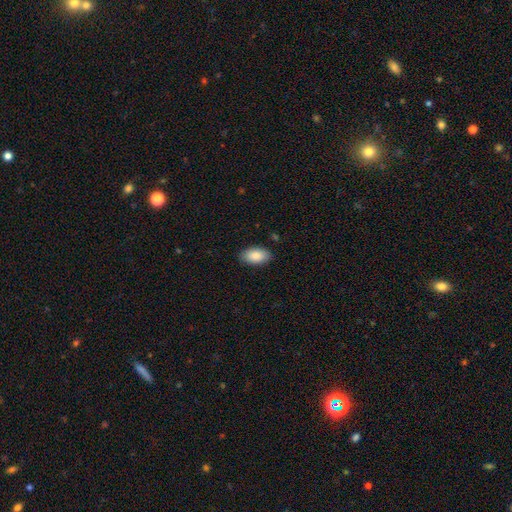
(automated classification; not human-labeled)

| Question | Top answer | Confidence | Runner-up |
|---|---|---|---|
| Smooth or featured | smooth | 87% | featured or disk (7%) |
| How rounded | in between | 94% | round (4%) |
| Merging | none | 87% | minor disturbance (10%) |